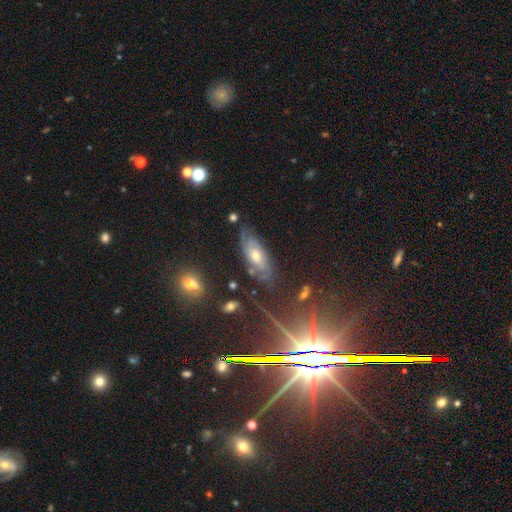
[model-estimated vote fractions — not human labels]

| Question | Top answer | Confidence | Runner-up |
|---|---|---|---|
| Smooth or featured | featured or disk | 60% | smooth (22%) |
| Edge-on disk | no | 80% | yes (20%) |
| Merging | none | 71% | minor disturbance (19%) |